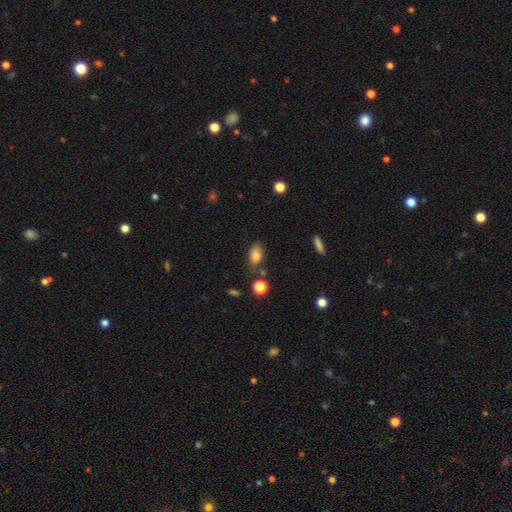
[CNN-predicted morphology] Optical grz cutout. It shows a smooth galaxy with no disk features (81%) that is in between round and cigar-shaped (88%). Merging: none (65%).